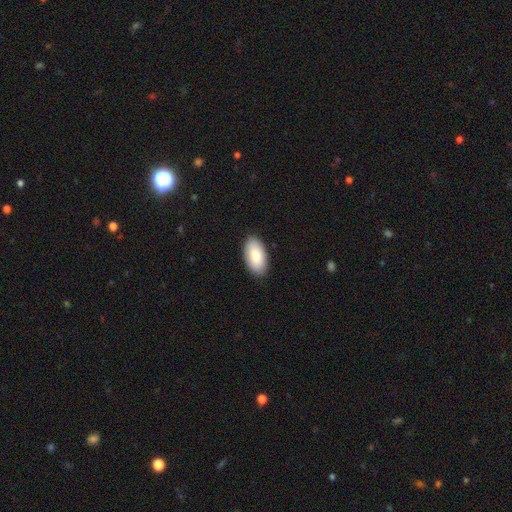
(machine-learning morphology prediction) The model was most divided on "smooth or featured": smooth: 85%, featured or disk: 9%, star or artifact: 6%. More confident: how rounded — in between (96%); merging — none (89%).